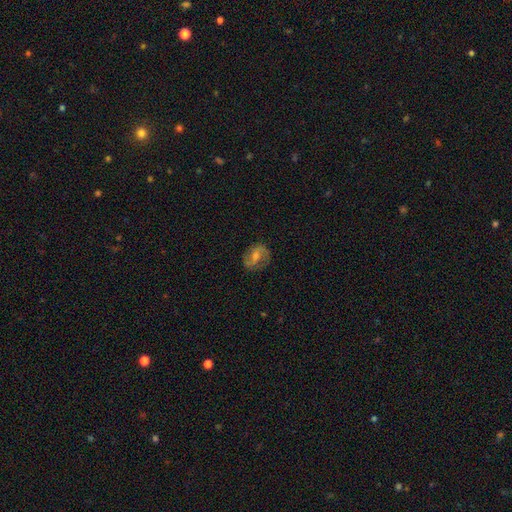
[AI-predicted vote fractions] A featured or disk galaxy (71%) with a weak bar (49%), 2 (84%) medium (50%) spiral arms (90%) and a moderate central bulge (50%). Merging: none (80%).